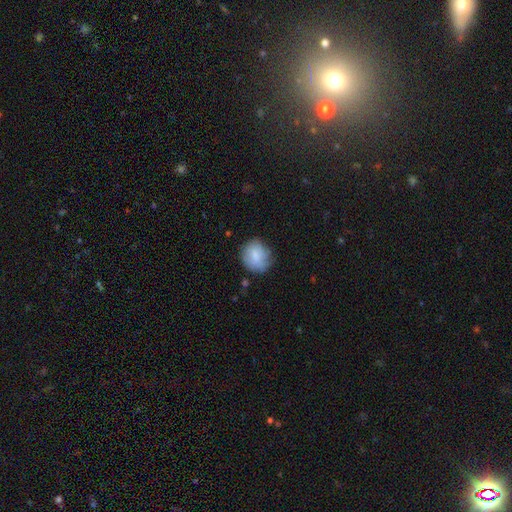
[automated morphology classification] smooth-or-featured: smooth: 78% | featured or disk: 15% | star or artifact: 7%
  how-rounded: round: 79% | in between: 20% | cigar-shaped: 1%
  merging: none: 69% | minor disturbance: 23% | major disturbance: 6% | merger: 2%